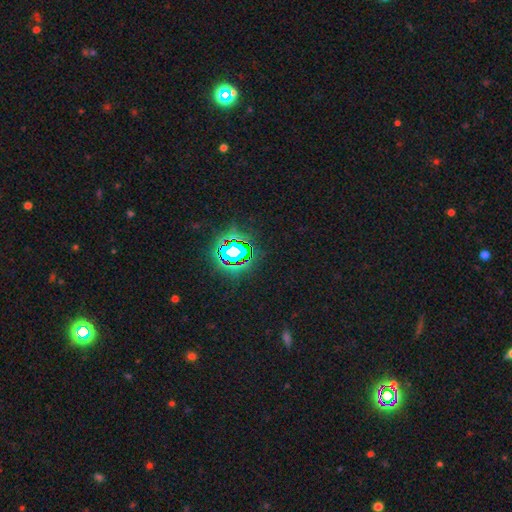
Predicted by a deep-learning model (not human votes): Smooth or featured?
  - star or artifact: 79% *
  - smooth: 13%
  - featured or disk: 7%